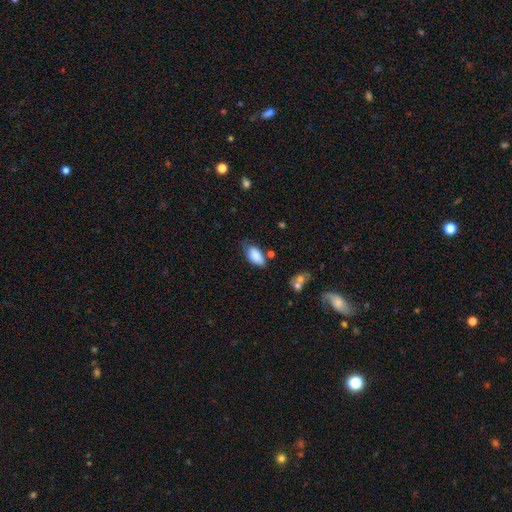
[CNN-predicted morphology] smooth-or-featured: smooth: 84% | featured or disk: 9% | star or artifact: 7%
  how-rounded: in between: 93% | cigar-shaped: 4% | round: 3%
  merging: none: 54% | minor disturbance: 31% | major disturbance: 9% | merger: 6%